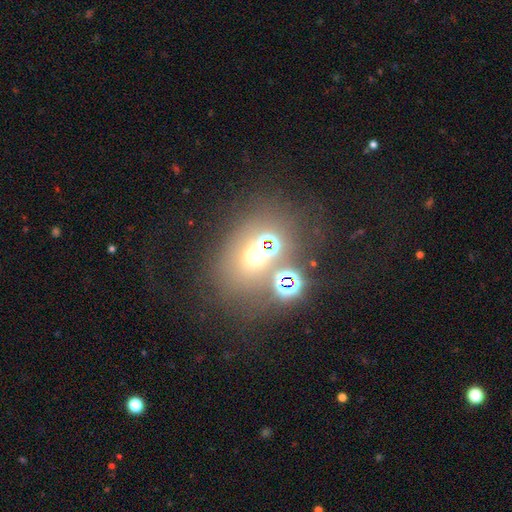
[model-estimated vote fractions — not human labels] smooth-or-featured: smooth: 47% | star or artifact: 38% | featured or disk: 14%
  merging: none: 59% | merger: 22% | minor disturbance: 11% | major disturbance: 8%